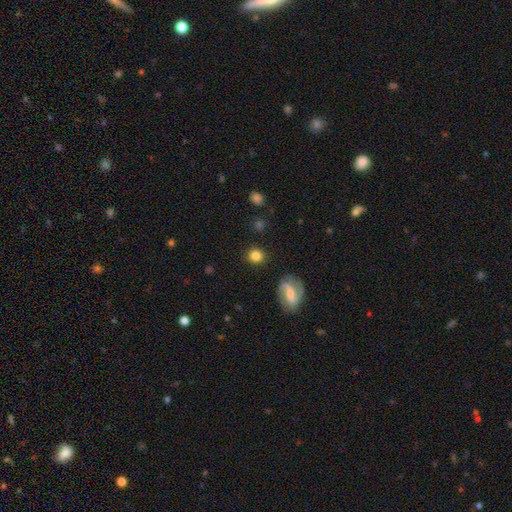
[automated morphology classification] smooth 76%, featured or disk 14%, star or artifact 10%. Down the decision tree: how rounded — round (86%); merging — none (86%).